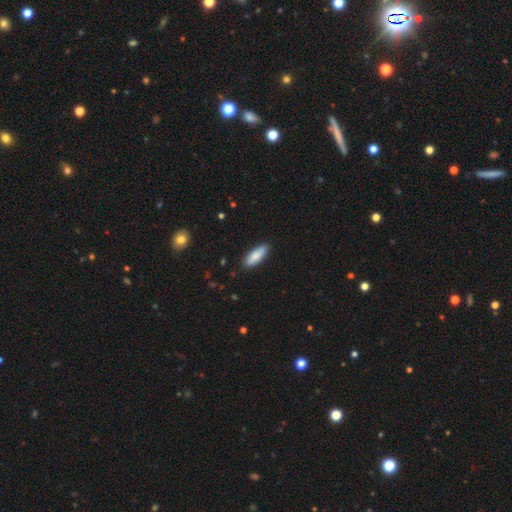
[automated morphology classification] type=smooth (83%); roundness=in between (62%); merging=none (88%).